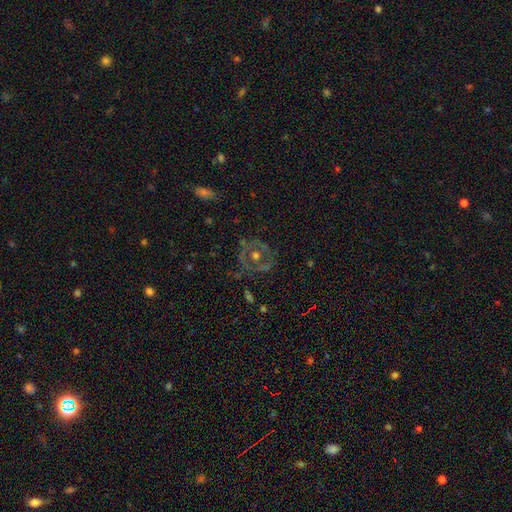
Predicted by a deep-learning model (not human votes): Q: Smooth or featured?
A: featured or disk (63%); runner-up: smooth (25%)
Q: Edge-on disk?
A: no (95%); runner-up: yes (5%)
Q: Bar?
A: no (82%); runner-up: weak (13%)
Q: Spiral arms?
A: no (71%); runner-up: yes (29%)
Q: Bulge size?
A: moderate (70%); runner-up: small (14%)
Q: Merging?
A: none (70%); runner-up: minor disturbance (16%)